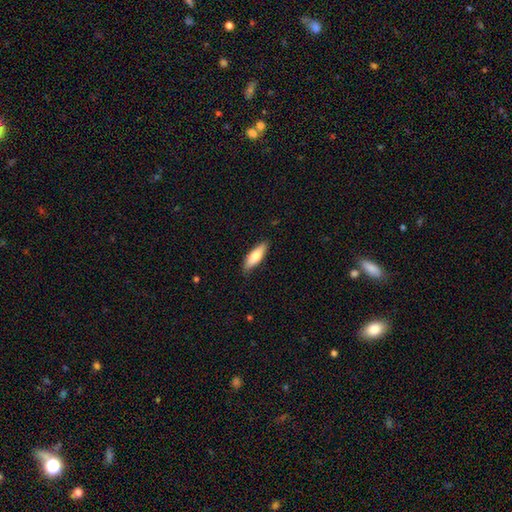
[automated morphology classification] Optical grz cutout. It shows a smooth galaxy with no disk features (74%) that is in between round and cigar-shaped (52%). Merging: none (85%).